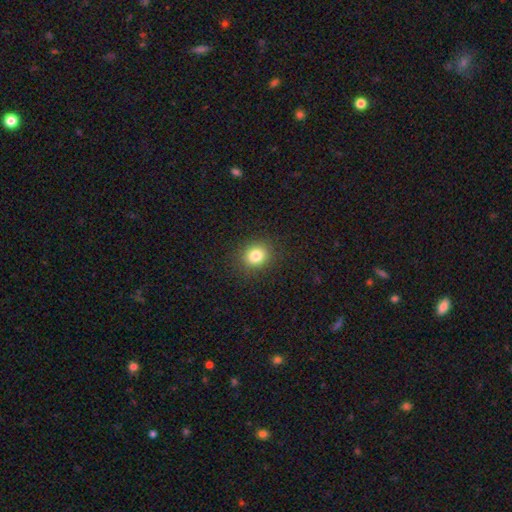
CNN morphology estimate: Smooth or featured? smooth (82%)
How rounded? round (72%)
Merging? none (90%)